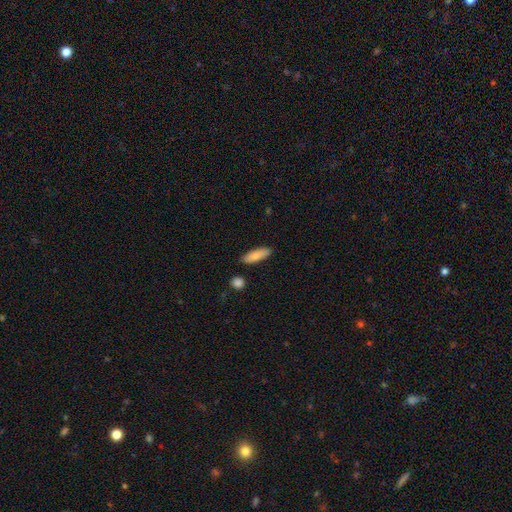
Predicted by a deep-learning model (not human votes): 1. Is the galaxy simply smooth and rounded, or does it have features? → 82% smooth, 12% featured or disk, 6% star or artifact.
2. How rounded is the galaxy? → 58% in between, 40% cigar-shaped, 2% round.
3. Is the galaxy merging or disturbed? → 85% none, 10% minor disturbance, 2% merger, 2% major disturbance.